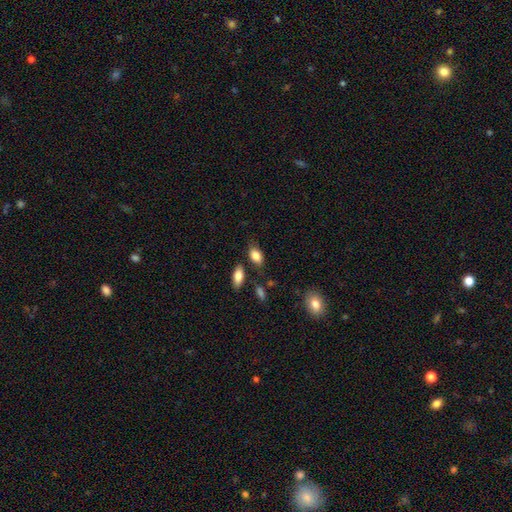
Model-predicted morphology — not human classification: The model was most divided on "merging": none: 71%, minor disturbance: 17%, merger: 8%, major disturbance: 4%. More confident: how rounded — in between (90%); smooth or featured — smooth (84%).